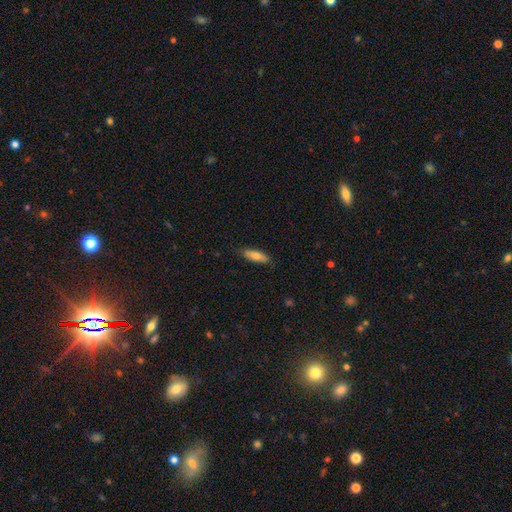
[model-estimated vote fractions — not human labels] This appears to be a smooth galaxy with no disk features (76%) that is in between round and cigar-shaped (53%). Merging: none (85%).